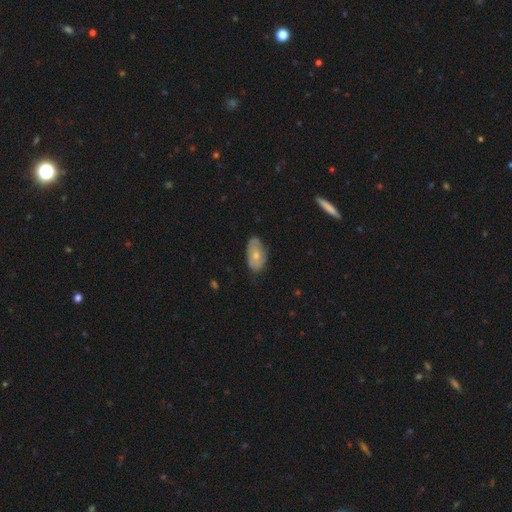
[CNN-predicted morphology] This is possibly a smooth galaxy (55%). How rounded: clearly in between (92%). Merging: likely none (69%).